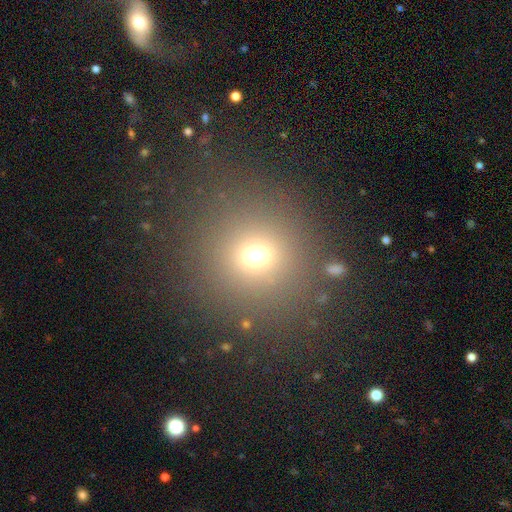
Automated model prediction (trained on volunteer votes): smooth_or_featured: smooth (p=0.68) [alt: star or artifact p=0.24]
how_rounded: round (p=0.90) [alt: in between p=0.09]
merging: none (p=0.82) [alt: minor disturbance p=0.08]